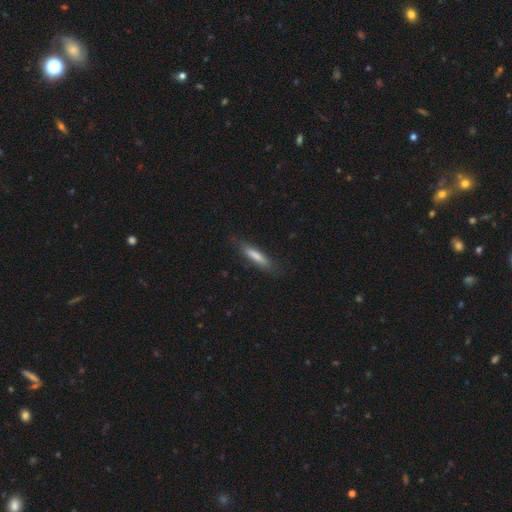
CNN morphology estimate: Smooth or featured? Predicted: smooth (p=0.76). How rounded? Predicted: cigar-shaped (p=0.82). Merging? Predicted: none (p=0.80).